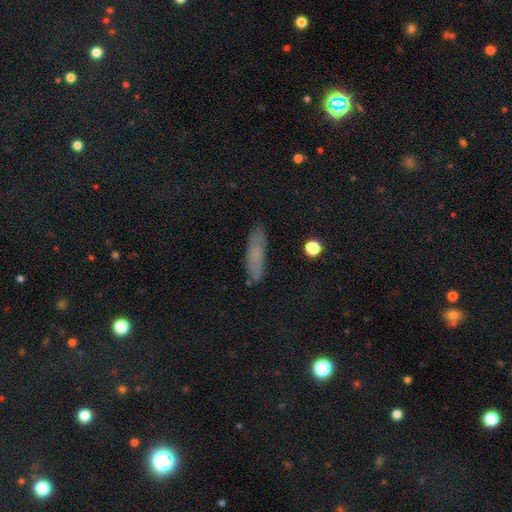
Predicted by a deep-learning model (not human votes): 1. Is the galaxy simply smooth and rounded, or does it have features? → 62% smooth, 21% featured or disk, 16% star or artifact.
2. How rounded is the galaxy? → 63% cigar-shaped, 34% in between, 3% round.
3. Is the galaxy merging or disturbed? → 80% none, 14% minor disturbance, 4% major disturbance, 2% merger.